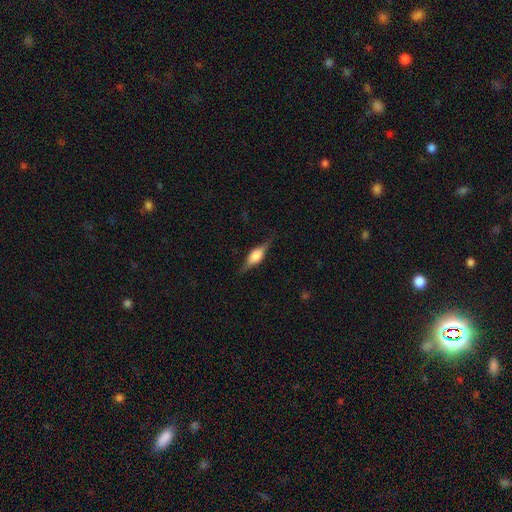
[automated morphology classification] This is possibly a featured or disk galaxy (58%). It is clearly viewed edge-on (95%). Edge-on bulge: clearly rounded (80%). Merging: clearly none (81%).